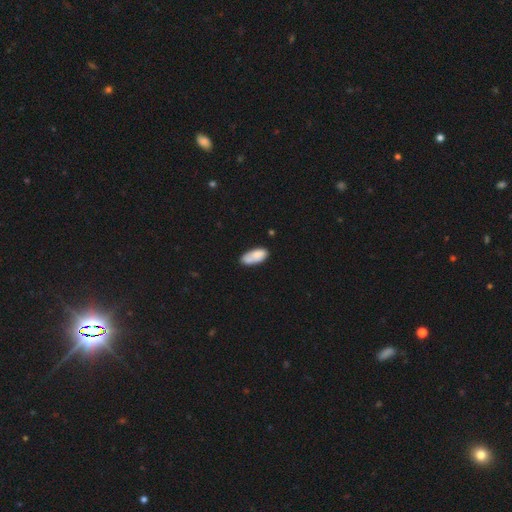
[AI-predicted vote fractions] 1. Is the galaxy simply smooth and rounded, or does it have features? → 80% smooth, 13% featured or disk, 7% star or artifact.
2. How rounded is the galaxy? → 88% in between, 10% cigar-shaped, 2% round.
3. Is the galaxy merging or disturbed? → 62% none, 24% minor disturbance, 8% merger, 6% major disturbance.